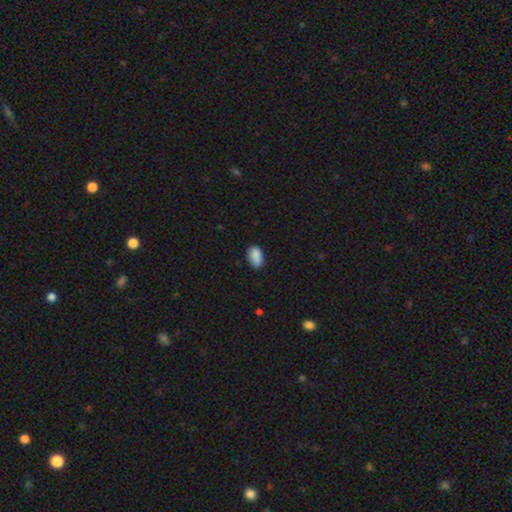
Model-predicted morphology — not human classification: Smooth or featured? Predicted: smooth (p=0.88). How rounded? Predicted: in between (p=0.93). Merging? Predicted: none (p=0.74).